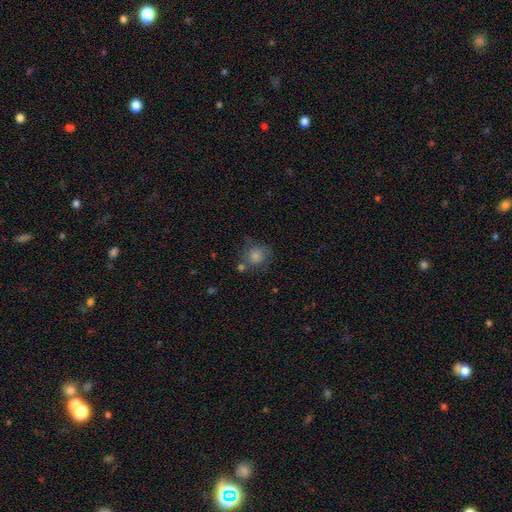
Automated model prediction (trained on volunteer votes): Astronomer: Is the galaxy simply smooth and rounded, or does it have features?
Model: smooth — 78%.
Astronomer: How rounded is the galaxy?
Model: round — 80%.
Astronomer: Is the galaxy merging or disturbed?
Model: none — 59%.